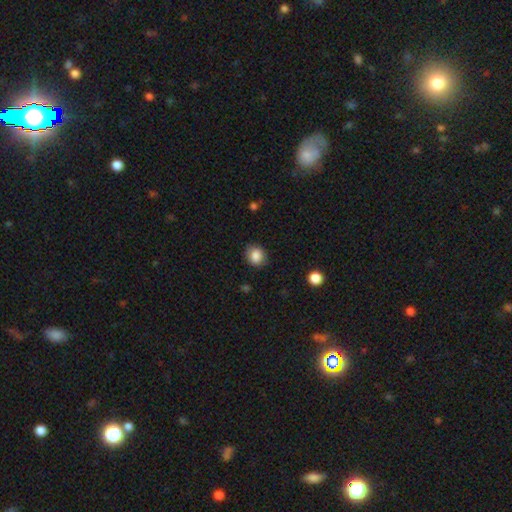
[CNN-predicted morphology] This is clearly a smooth galaxy (85%). How rounded: likely round (70%). Merging: clearly none (85%).